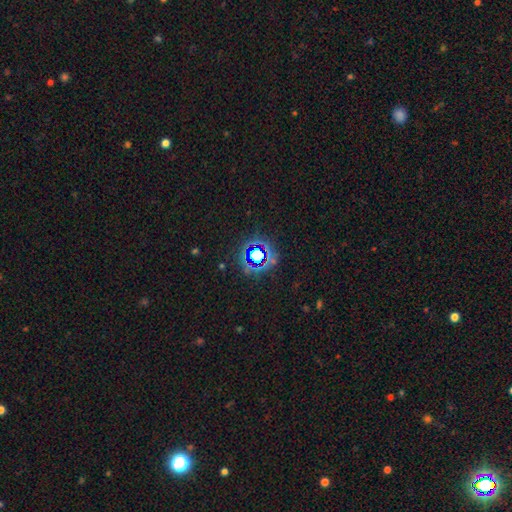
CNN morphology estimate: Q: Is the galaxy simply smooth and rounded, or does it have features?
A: star or artifact — 71%.